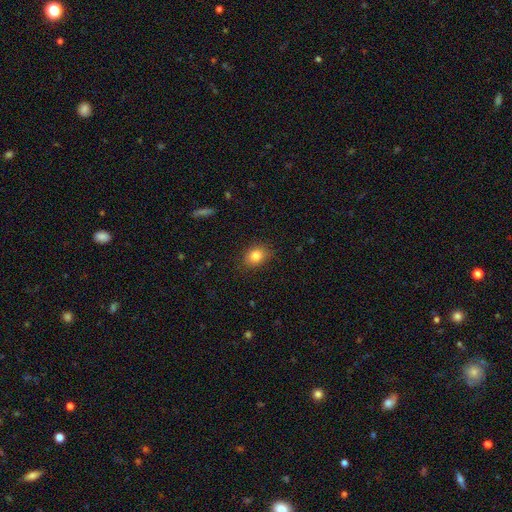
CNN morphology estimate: Q: Smooth or featured?
A: smooth (83%); runner-up: star or artifact (10%)
Q: How rounded?
A: in between (57%); runner-up: round (42%)
Q: Merging?
A: none (84%); runner-up: minor disturbance (12%)